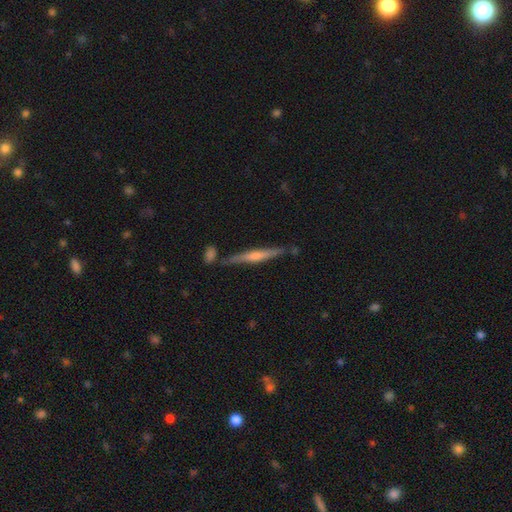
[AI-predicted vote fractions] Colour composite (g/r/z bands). It shows a featured or disk galaxy (64%) viewed edge-on (96%) with a rounded central bulge (70%). Merging: none (78%).